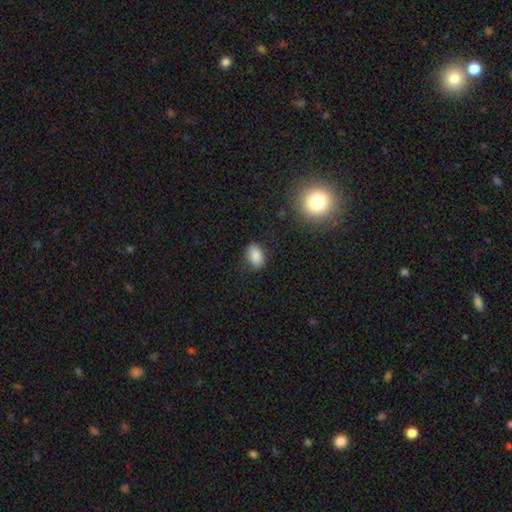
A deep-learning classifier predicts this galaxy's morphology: A smooth galaxy with no disk features (84%) that is in between round and cigar-shaped (85%). Merging: none (80%).